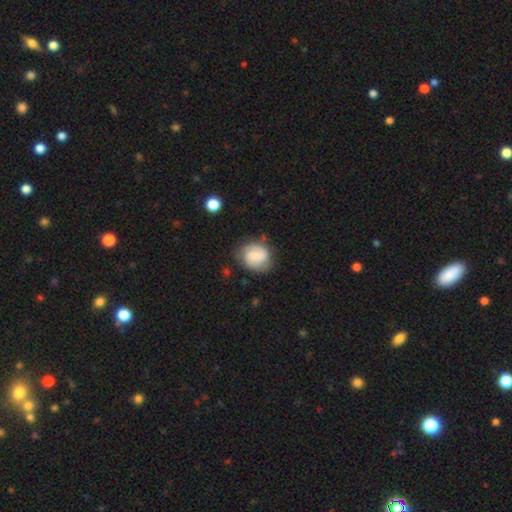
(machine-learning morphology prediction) A featured or disk galaxy (56%) with a weak bar (46%), spiral arms (89%) and a small central bulge (51%). Merging: none (72%).